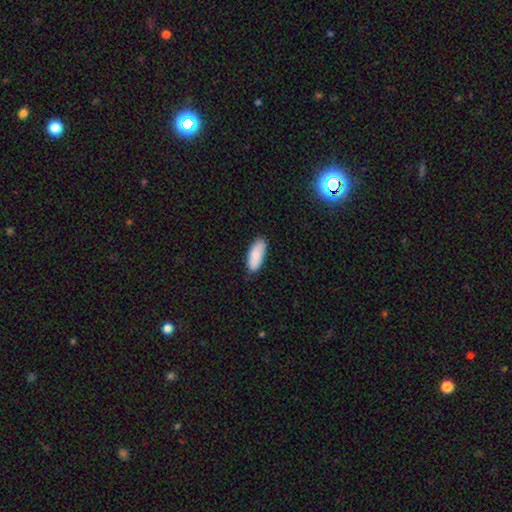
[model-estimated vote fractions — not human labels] smooth-or-featured: smooth: 87% | featured or disk: 7% | star or artifact: 6%
  how-rounded: in between: 82% | cigar-shaped: 16% | round: 2%
  merging: none: 84% | minor disturbance: 13% | major disturbance: 2% | merger: 1%